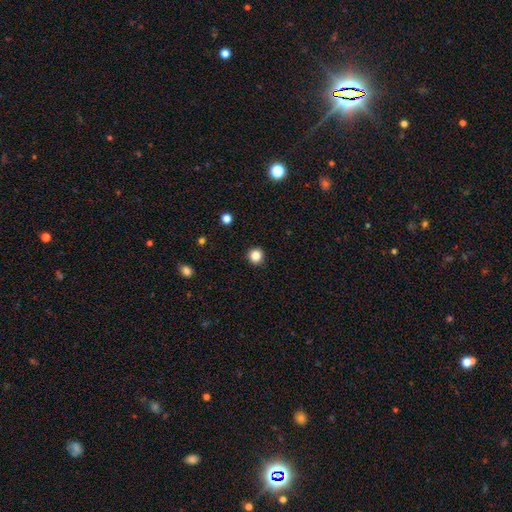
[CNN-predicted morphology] Smooth or featured?
  - smooth: 85% *
  - star or artifact: 12%
  - featured or disk: 3%
How rounded?
  - round: 95% *
  - in between: 4%
  - cigar-shaped: 1%
Merging?
  - none: 92% *
  - minor disturbance: 5%
  - major disturbance: 2%
  - merger: 1%